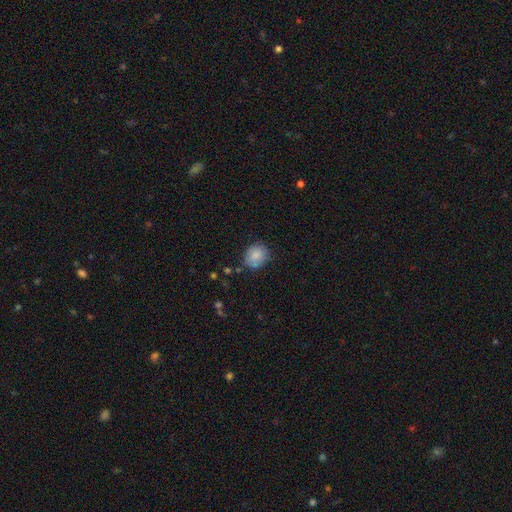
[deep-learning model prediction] smooth-or-featured: smooth: 82% | featured or disk: 9% | star or artifact: 8%
  how-rounded: round: 63% | in between: 36% | cigar-shaped: 1%
  merging: none: 71% | minor disturbance: 22% | major disturbance: 5% | merger: 3%